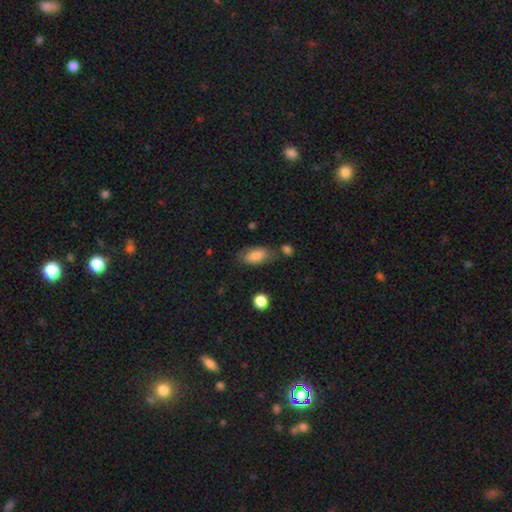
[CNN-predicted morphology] This is likely a smooth galaxy (80%). How rounded: clearly in between (90%). Merging: likely none (67%).